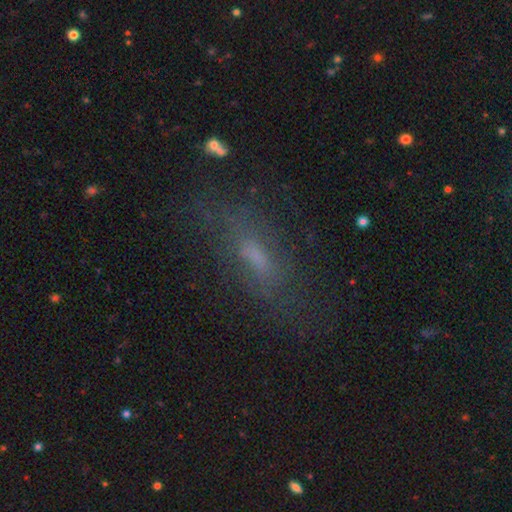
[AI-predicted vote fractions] Q: Smooth or featured?
A: smooth (42%); runner-up: featured or disk (36%)
Q: Merging?
A: none (69%); runner-up: minor disturbance (18%)